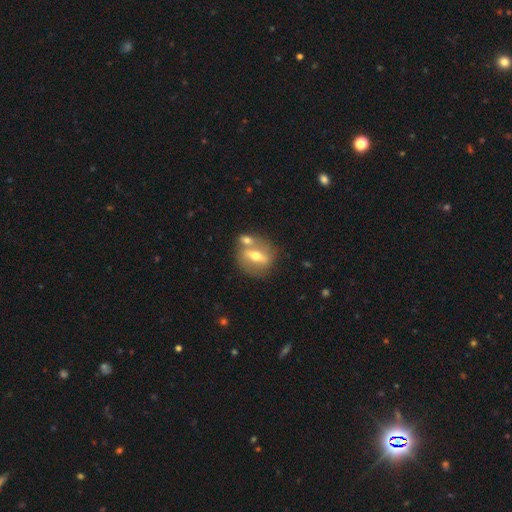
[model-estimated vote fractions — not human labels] This is possibly a featured or disk galaxy (54%). It is likely not viewed edge-on (64%). Merging: likely none (60%).